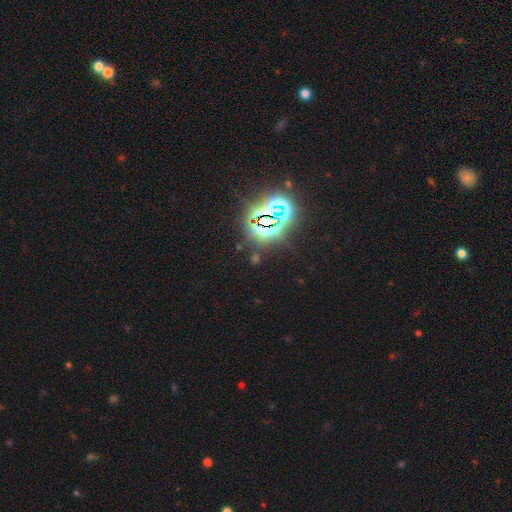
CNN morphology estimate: This appears to be a star or artifact, not a galaxy (79%).